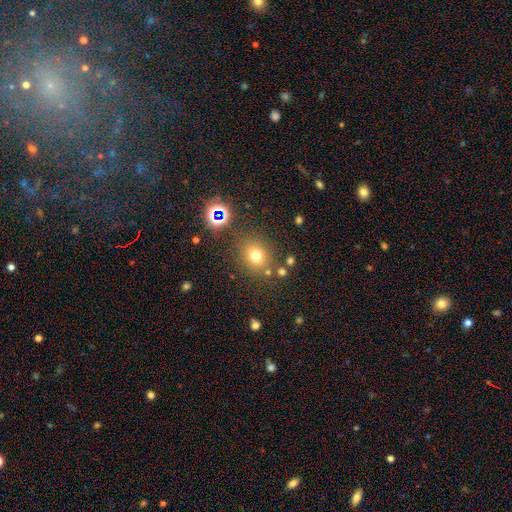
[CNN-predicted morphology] The model was most divided on "smooth or featured": smooth: 71%, star or artifact: 21%, featured or disk: 9%. More confident: merging — none (80%); how rounded — round (78%).